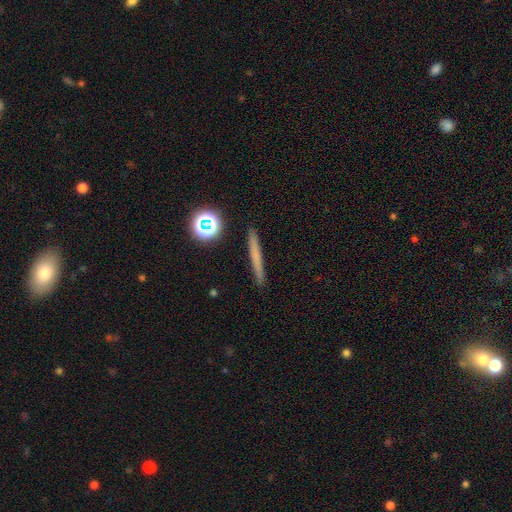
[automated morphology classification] Smooth or featured: smooth — 60% (featured or disk — 28%)
How rounded: cigar-shaped — 94% (round — 3%)
Merging: none — 91% (minor disturbance — 6%)